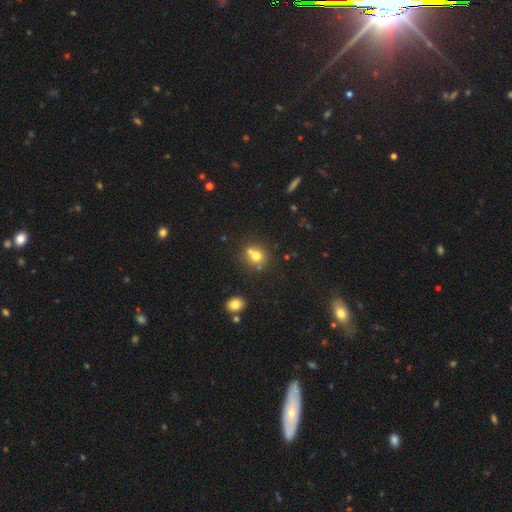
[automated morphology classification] smooth-or-featured: smooth: 70% | featured or disk: 15% | star or artifact: 15%
  how-rounded: round: 81% | in between: 18% | cigar-shaped: 1%
  merging: none: 51% | merger: 36% | minor disturbance: 9% | major disturbance: 3%